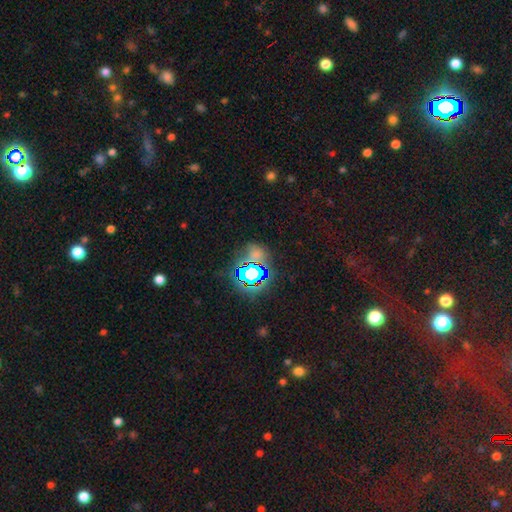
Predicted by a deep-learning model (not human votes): This is possibly a star or artifact rather than a galaxy (58%).